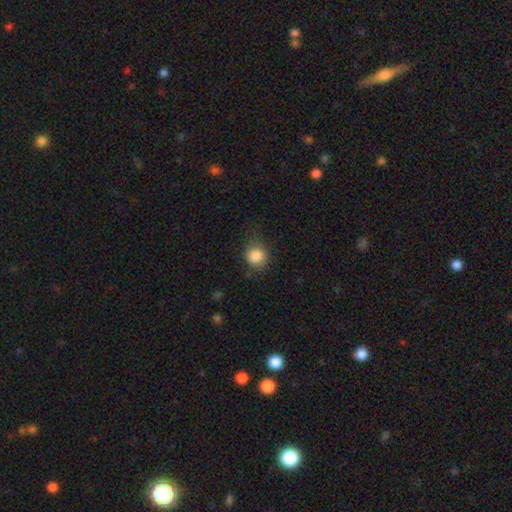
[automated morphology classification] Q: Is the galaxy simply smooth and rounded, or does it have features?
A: smooth — 86%.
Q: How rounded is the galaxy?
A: round — 81%.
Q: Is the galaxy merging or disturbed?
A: none — 67%.